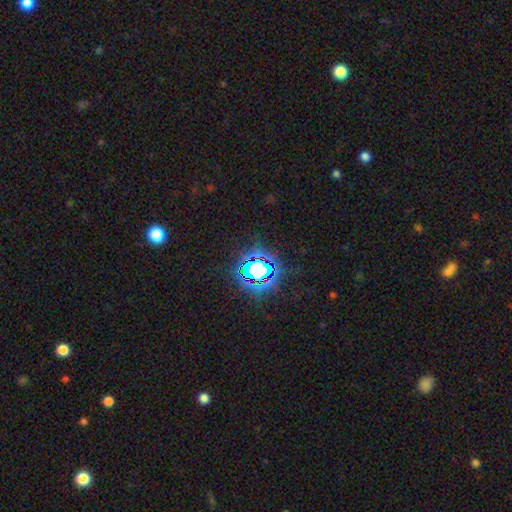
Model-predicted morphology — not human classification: This appears to be a star or artifact, not a galaxy (81%).